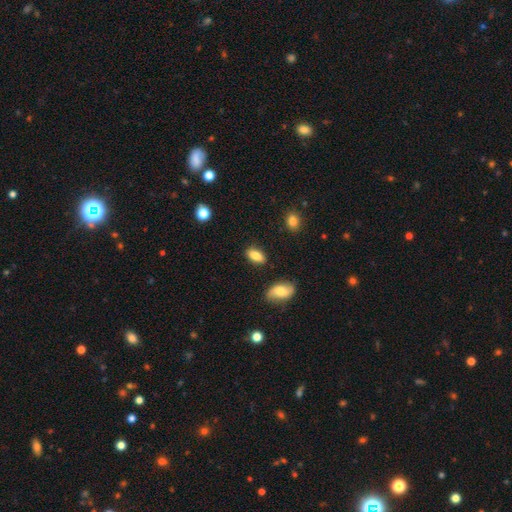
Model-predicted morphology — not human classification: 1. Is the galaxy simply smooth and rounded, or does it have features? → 84% smooth, 9% featured or disk, 8% star or artifact.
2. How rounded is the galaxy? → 88% in between, 7% cigar-shaped, 5% round.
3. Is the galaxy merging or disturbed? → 85% none, 10% minor disturbance, 3% merger, 2% major disturbance.